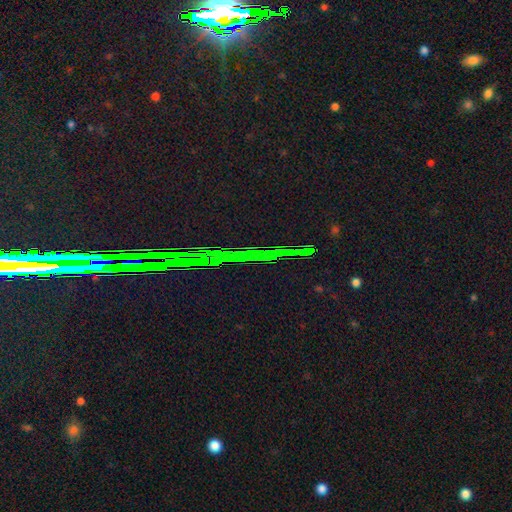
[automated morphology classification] type=star or artifact (84%).